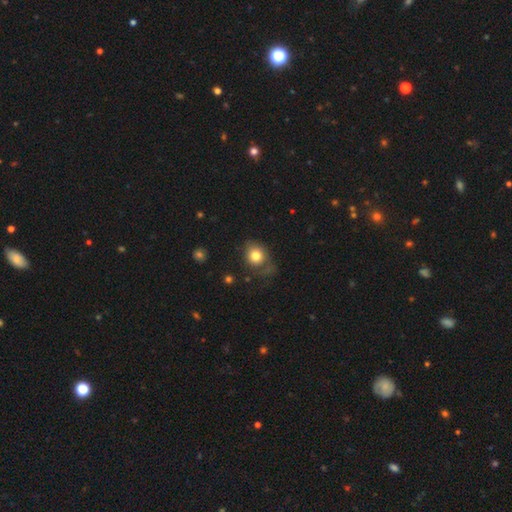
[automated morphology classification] Q: Smooth or featured?
A: smooth (78%); runner-up: featured or disk (13%)
Q: How rounded?
A: round (67%); runner-up: in between (32%)
Q: Merging?
A: none (53%); runner-up: minor disturbance (24%)